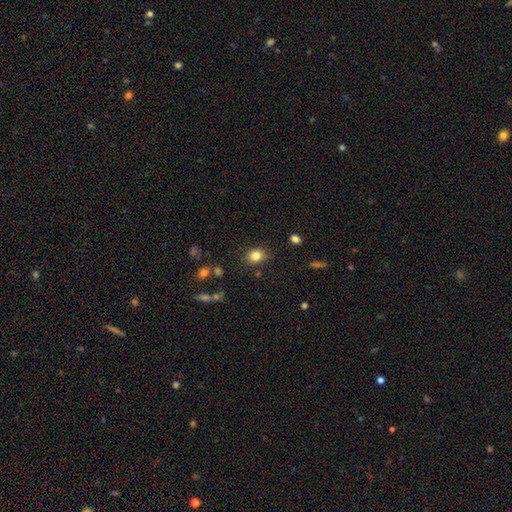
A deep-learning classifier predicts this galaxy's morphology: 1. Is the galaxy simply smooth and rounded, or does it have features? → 82% smooth, 11% star or artifact, 7% featured or disk.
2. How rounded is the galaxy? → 55% round, 44% in between, 1% cigar-shaped.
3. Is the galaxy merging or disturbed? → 82% none, 13% minor disturbance, 3% major disturbance, 2% merger.